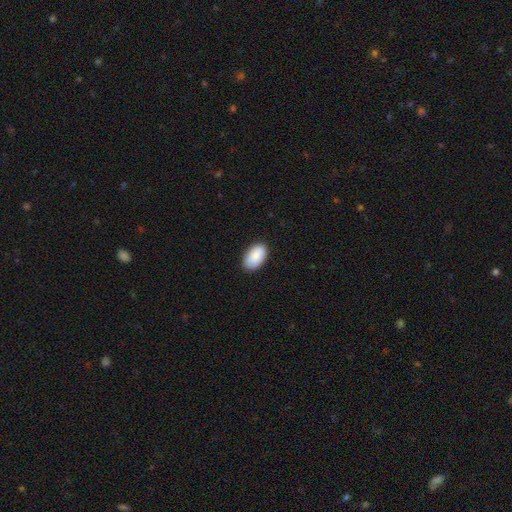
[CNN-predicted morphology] This is clearly a smooth galaxy (89%). How rounded: clearly in between (95%). Merging: clearly none (86%).